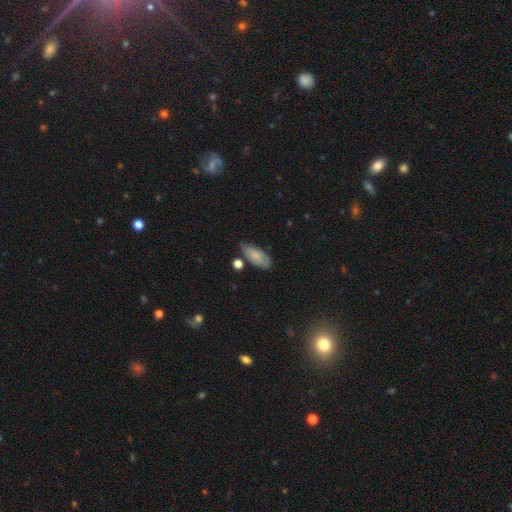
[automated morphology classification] smooth_or_featured: smooth (p=0.69) [alt: featured or disk p=0.23]
how_rounded: in between (p=0.86) [alt: cigar-shaped p=0.11]
merging: none (p=0.62) [alt: minor disturbance p=0.26]